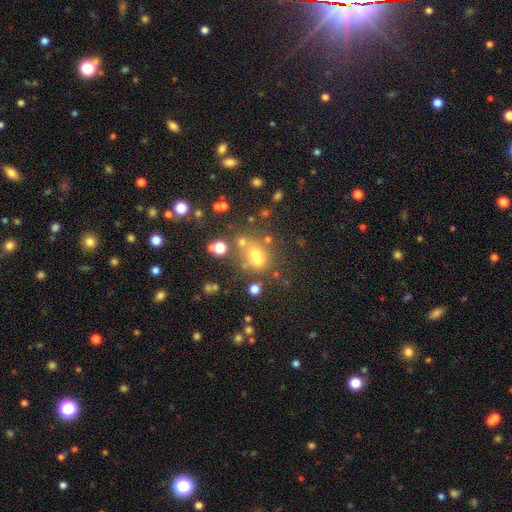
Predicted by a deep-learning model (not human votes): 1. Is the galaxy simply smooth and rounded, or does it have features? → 52% smooth, 26% star or artifact, 22% featured or disk.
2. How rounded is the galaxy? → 50% round, 48% in between, 3% cigar-shaped.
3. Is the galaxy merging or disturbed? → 42% none, 34% merger, 13% minor disturbance, 10% major disturbance.